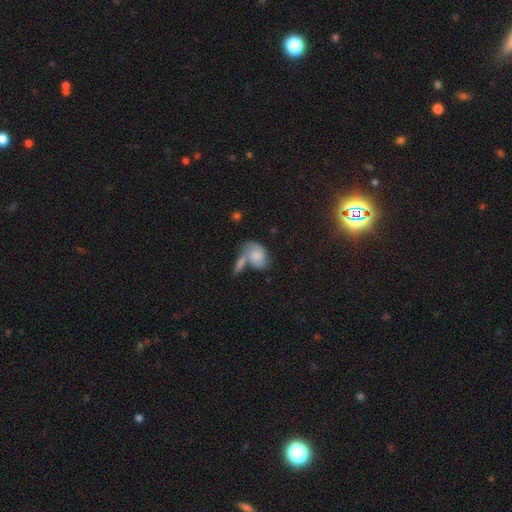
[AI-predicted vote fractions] smooth-or-featured: smooth: 50% | featured or disk: 42% | star or artifact: 9%
  merging: merger: 42% | none: 33% | minor disturbance: 16% | major disturbance: 10%